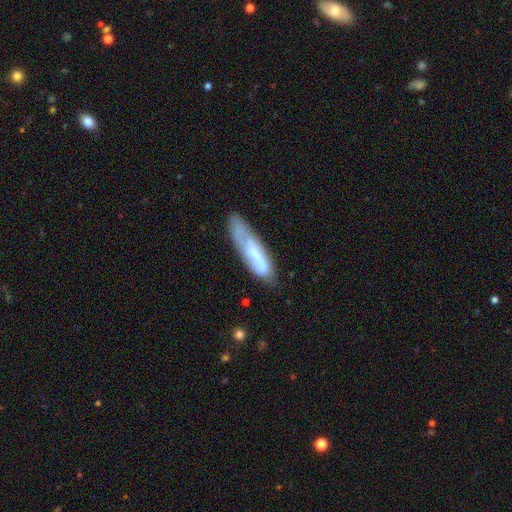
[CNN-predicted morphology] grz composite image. It shows a smooth galaxy with no disk features (49%). Merging: none (57%).